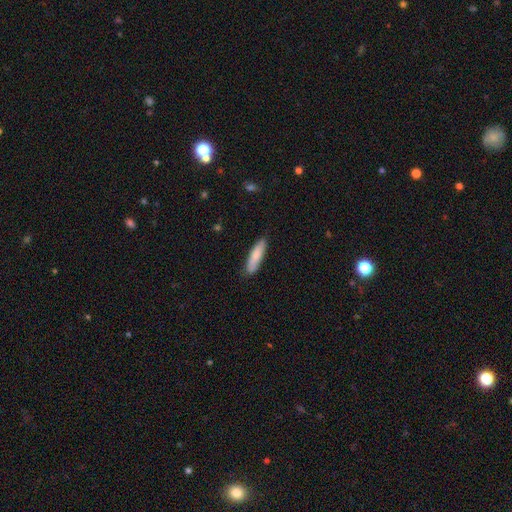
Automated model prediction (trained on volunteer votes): Smooth or featured: smooth — 79% (featured or disk — 15%)
How rounded: cigar-shaped — 73% (in between — 26%)
Merging: none — 81% (minor disturbance — 15%)